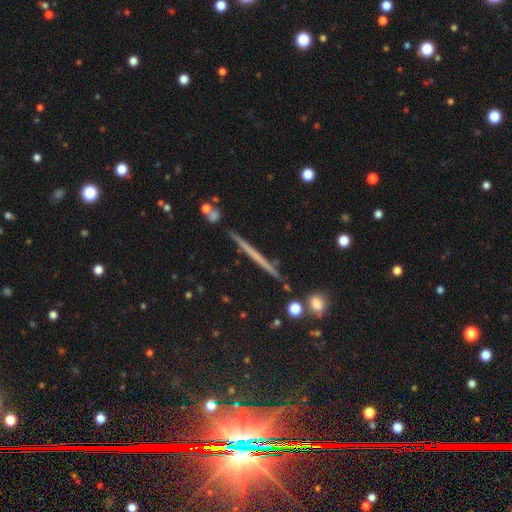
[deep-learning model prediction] featured or disk 54%, smooth 35%, star or artifact 11%. Down the decision tree: edge-on disk — yes (97%); edge-on bulge — none (89%); merging — none (89%).